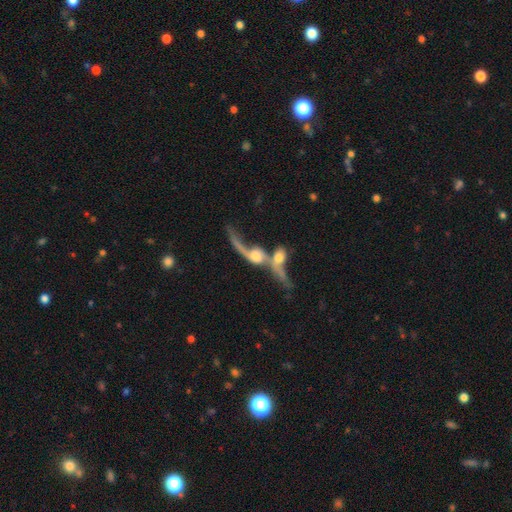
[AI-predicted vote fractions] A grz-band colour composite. It shows a featured or disk galaxy (70%). Merging: merger (71%).